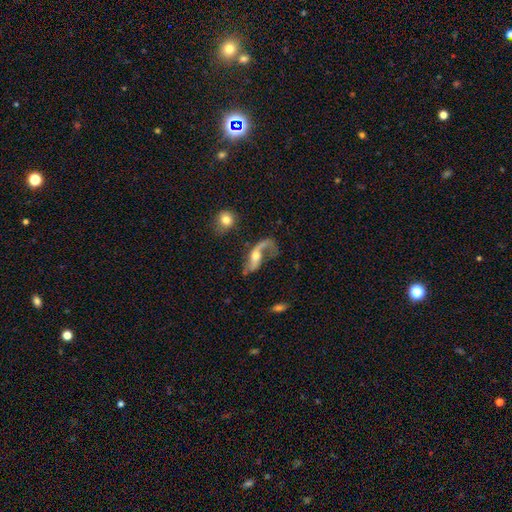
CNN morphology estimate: A featured or disk galaxy (77%) with no bar (49%), 2 (62%) loose (83%) spiral arms (88%) and a moderate central bulge (58%). Merging: major disturbance (38%).